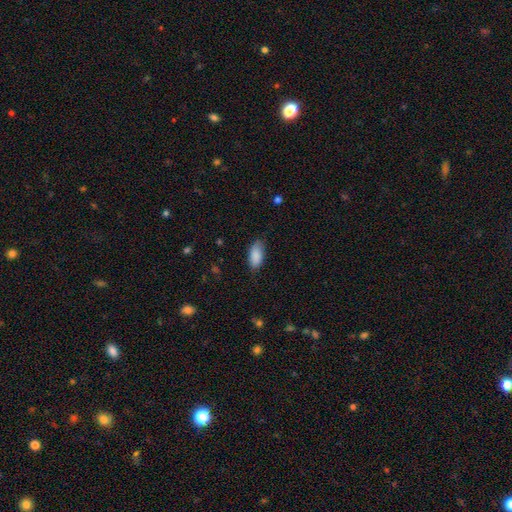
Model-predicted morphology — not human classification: Smooth or featured? Predicted: smooth (p=0.88). How rounded? Predicted: in between (p=0.91). Merging? Predicted: none (p=0.74).